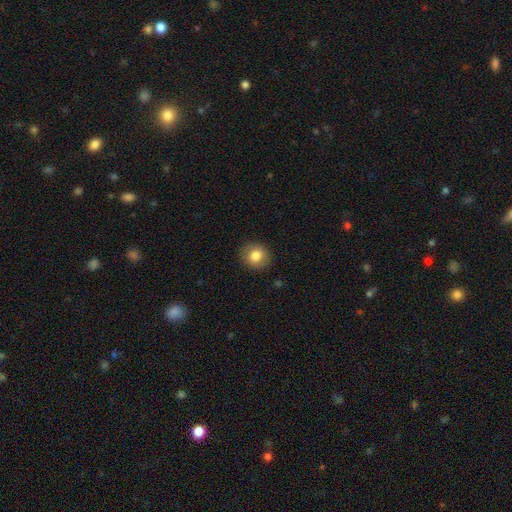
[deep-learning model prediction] Overall: smooth (82%). How rounded: round (83%). Merging: none (88%).